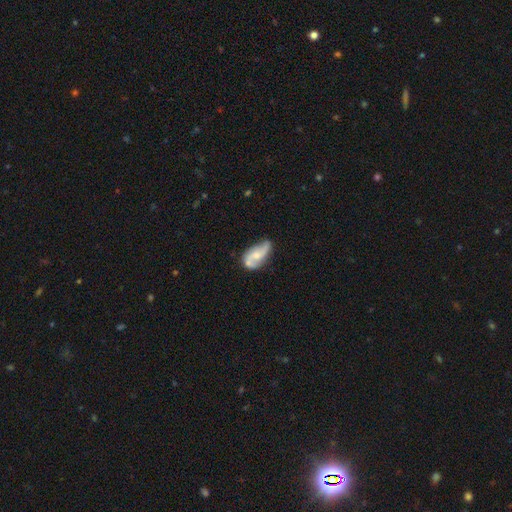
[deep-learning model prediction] featured or disk 74%, smooth 20%, star or artifact 6%. Down the decision tree: edge-on disk — no (96%); bar — no (54%); spiral arms — yes (92%); spiral arm count — 2 (88%); spiral winding — loose (61%); bulge size — small (47%); merging — none (53%).